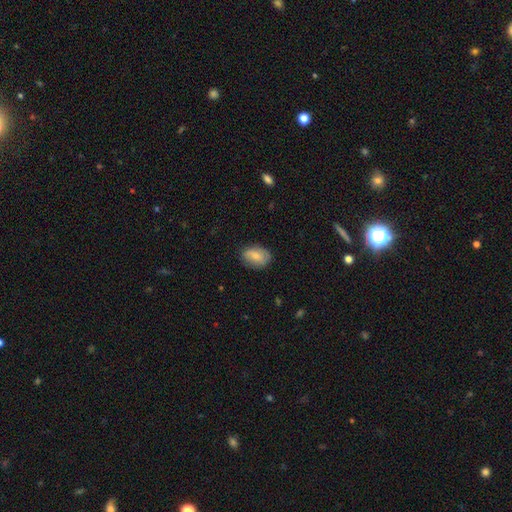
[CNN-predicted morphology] Smooth or featured? Predicted: smooth (p=0.72). How rounded? Predicted: in between (p=0.82). Merging? Predicted: none (p=0.80).